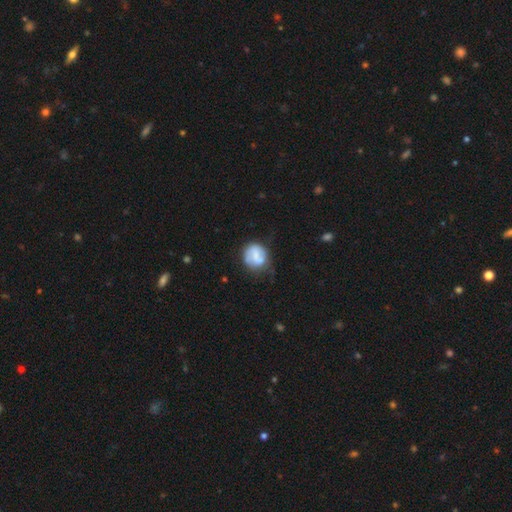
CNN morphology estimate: Smooth or featured?
  - smooth: 53% *
  - featured or disk: 40%
  - star or artifact: 8%
How rounded?
  - round: 73% *
  - in between: 26%
  - cigar-shaped: 1%
Merging?
  - none: 52% *
  - minor disturbance: 28%
  - major disturbance: 12%
  - merger: 7%